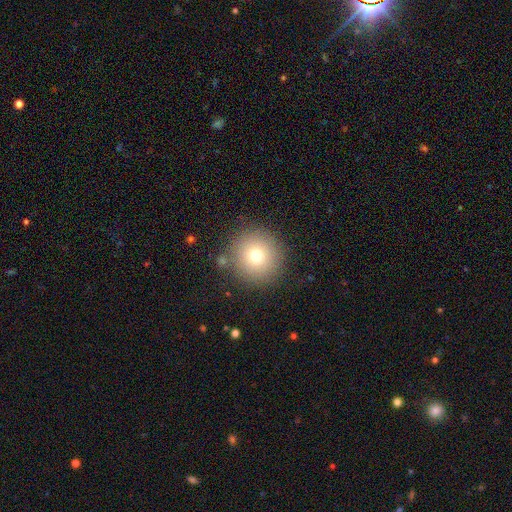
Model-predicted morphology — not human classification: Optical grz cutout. It shows a smooth galaxy with no disk features (74%) that is round (96%). Merging: none (86%).